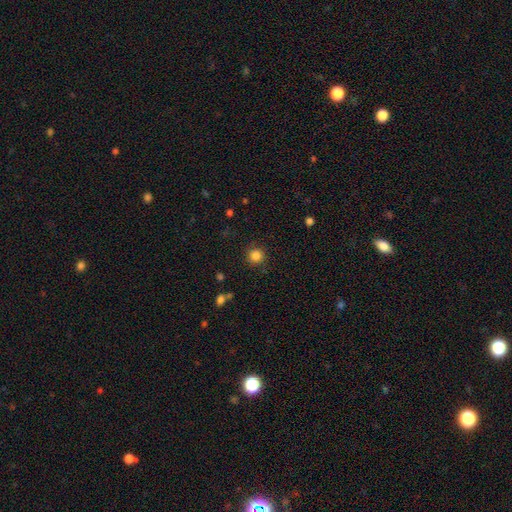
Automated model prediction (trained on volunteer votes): A smooth galaxy with no disk features (84%) that is round (94%).

Vote fractions:
- Smooth or featured? smooth: 84% / star or artifact: 12% / featured or disk: 4%
- How rounded? round: 94% / in between: 5% / cigar-shaped: 1%
- Merging? none: 88% / minor disturbance: 8% / major disturbance: 3% / merger: 2%